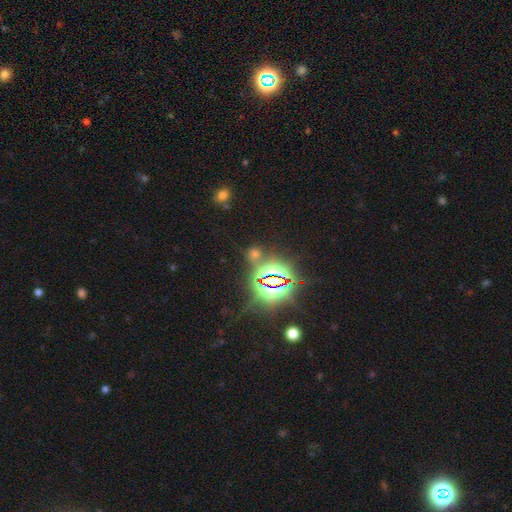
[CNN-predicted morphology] Q: Smooth or featured?
A: star or artifact (80%); runner-up: smooth (12%)